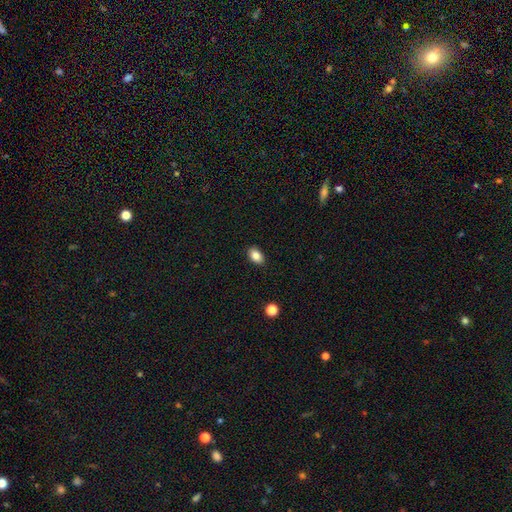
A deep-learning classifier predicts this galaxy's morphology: This is clearly a smooth galaxy (85%). How rounded: clearly in between (86%). Merging: clearly none (88%).